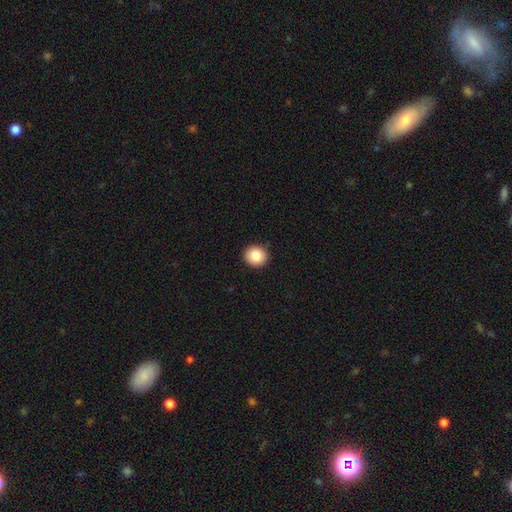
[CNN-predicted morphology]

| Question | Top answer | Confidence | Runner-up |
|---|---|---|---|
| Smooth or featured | smooth | 85% | star or artifact (9%) |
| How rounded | round | 88% | in between (11%) |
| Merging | none | 91% | minor disturbance (6%) |